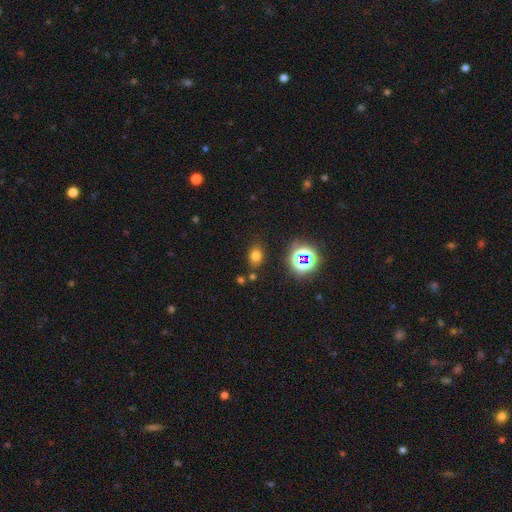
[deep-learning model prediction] Smooth or featured?
  - smooth: 67% *
  - star or artifact: 24%
  - featured or disk: 9%
How rounded?
  - in between: 65% *
  - round: 33%
  - cigar-shaped: 1%
Merging?
  - none: 80% *
  - minor disturbance: 11%
  - merger: 5%
  - major disturbance: 4%